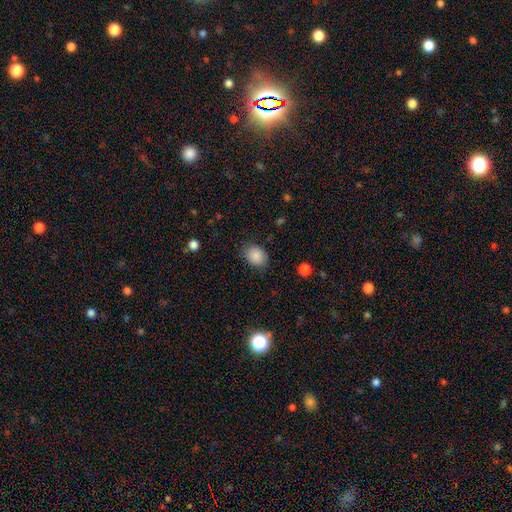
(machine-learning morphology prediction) smooth-or-featured: smooth: 87% | star or artifact: 8% | featured or disk: 5%
  how-rounded: in between: 58% | round: 41% | cigar-shaped: 1%
  merging: none: 80% | minor disturbance: 15% | major disturbance: 4% | merger: 1%